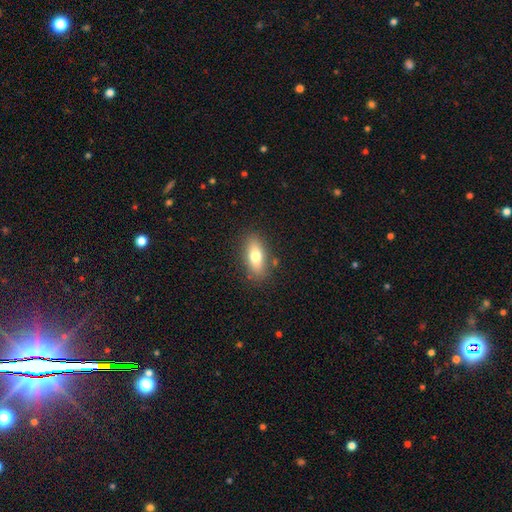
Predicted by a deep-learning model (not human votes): smooth 72%, featured or disk 21%, star or artifact 8%. Down the decision tree: how rounded — in between (78%); merging — none (85%).